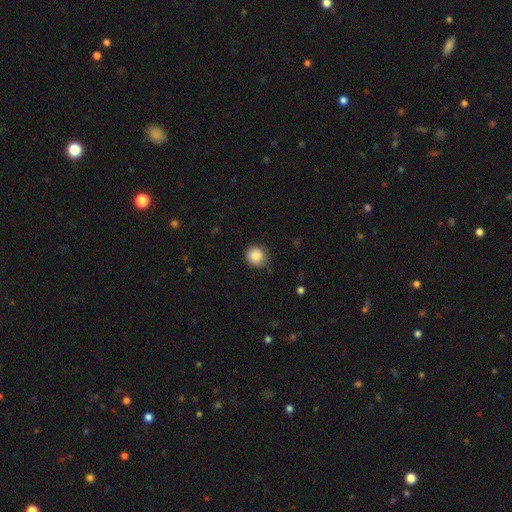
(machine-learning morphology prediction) smooth-or-featured: smooth: 88% | star or artifact: 9% | featured or disk: 3%
  how-rounded: round: 92% | in between: 8% | cigar-shaped: 1%
  merging: none: 79% | minor disturbance: 17% | major disturbance: 3% | merger: 1%